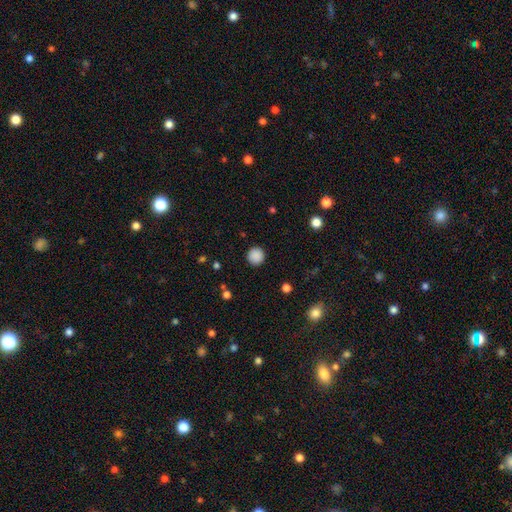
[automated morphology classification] smooth-or-featured: smooth: 88% | star or artifact: 9% | featured or disk: 3%
  how-rounded: round: 95% | in between: 4% | cigar-shaped: 1%
  merging: none: 91% | minor disturbance: 6% | major disturbance: 2% | merger: 1%